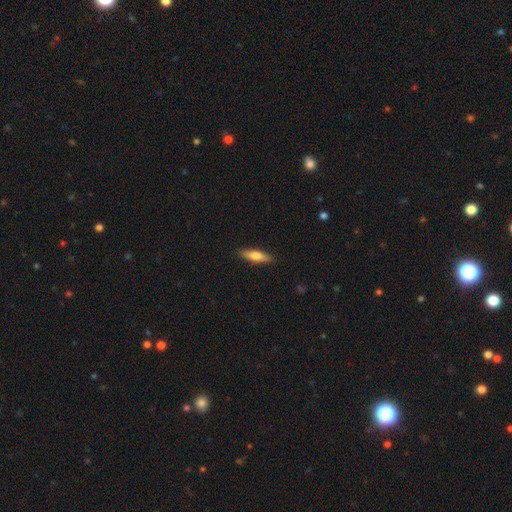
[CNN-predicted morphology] smooth-or-featured: smooth: 70% | featured or disk: 24% | star or artifact: 6%
  how-rounded: cigar-shaped: 62% | in between: 36% | round: 2%
  merging: none: 88% | minor disturbance: 9% | major disturbance: 2% | merger: 1%